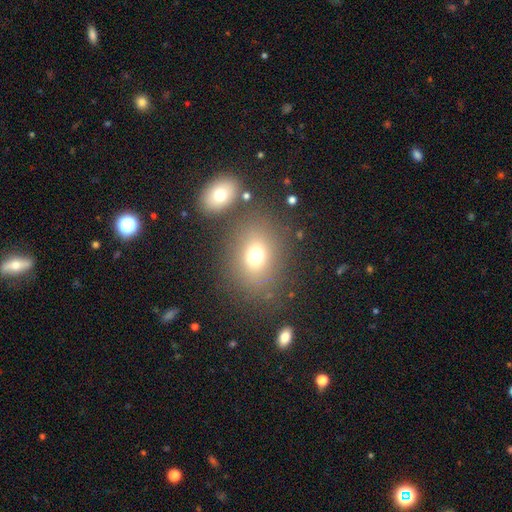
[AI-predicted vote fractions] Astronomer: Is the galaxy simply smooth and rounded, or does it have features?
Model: smooth — 71%.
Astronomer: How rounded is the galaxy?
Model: round — 53% (runner-up: in between, 46%).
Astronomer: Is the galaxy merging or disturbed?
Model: none — 72%.